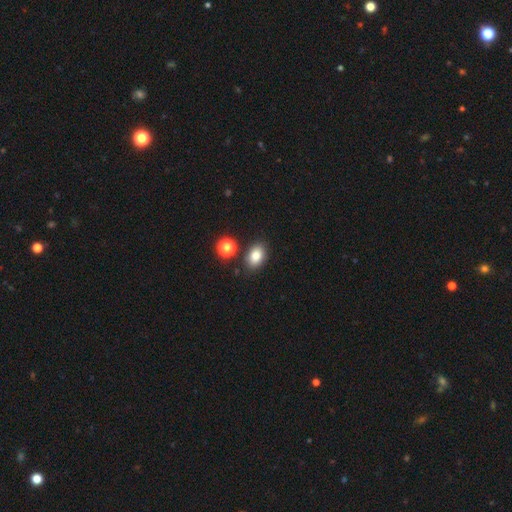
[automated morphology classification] A smooth galaxy with no disk features (82%) that is in between round and cigar-shaped (79%).

Vote fractions:
- Smooth or featured? smooth: 82% / star or artifact: 10% / featured or disk: 8%
- How rounded? in between: 79% / round: 19% / cigar-shaped: 1%
- Merging? none: 81% / minor disturbance: 10% / merger: 6% / major disturbance: 3%